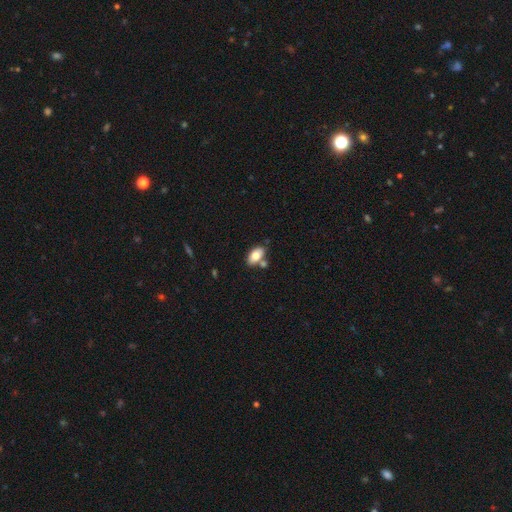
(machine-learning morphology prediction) type=smooth (76%); roundness=in between (92%); merging=none (65%).